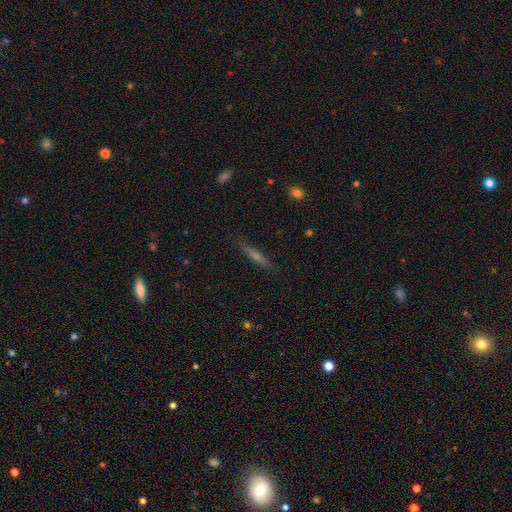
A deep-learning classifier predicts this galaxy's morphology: featured or disk 47%, smooth 41%, star or artifact 11%. Down the decision tree: merging — none (87%).